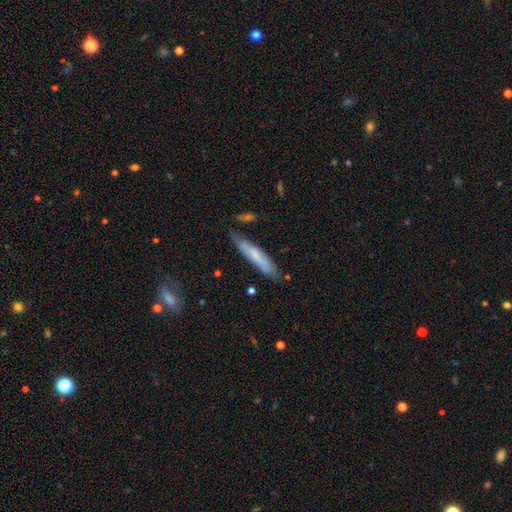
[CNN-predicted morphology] smooth-or-featured: smooth: 58% | featured or disk: 36% | star or artifact: 6%
  how-rounded: cigar-shaped: 87% | in between: 12% | round: 1%
  merging: none: 75% | minor disturbance: 18% | major disturbance: 4% | merger: 3%